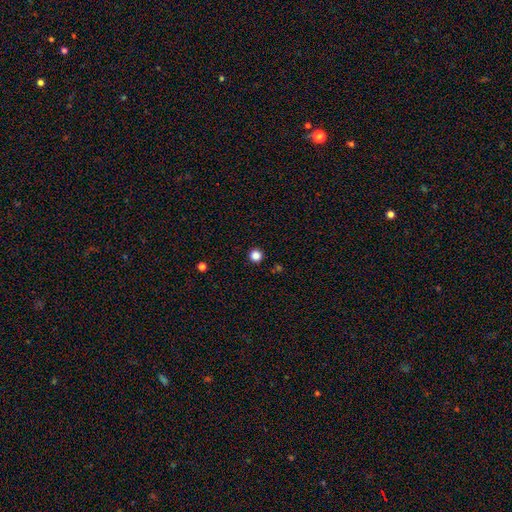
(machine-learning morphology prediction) type=smooth (84%); roundness=round (96%); merging=none (93%).